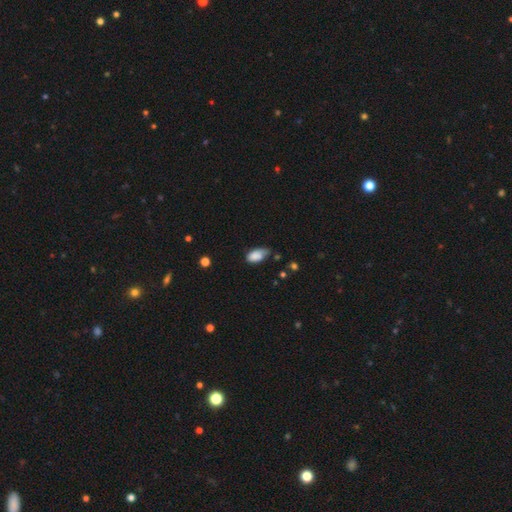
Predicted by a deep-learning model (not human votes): Smooth or featured?
  - smooth: 84% *
  - star or artifact: 8%
  - featured or disk: 8%
How rounded?
  - in between: 93% *
  - round: 4%
  - cigar-shaped: 3%
Merging?
  - minor disturbance: 44% *
  - none: 43%
  - major disturbance: 10%
  - merger: 3%